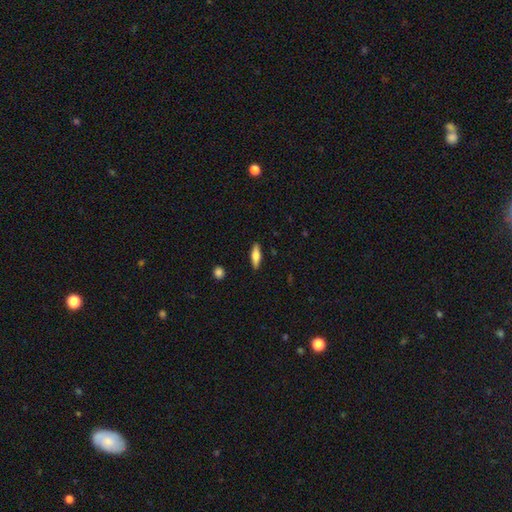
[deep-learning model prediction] The model was most divided on "how rounded": cigar-shaped: 53%, in between: 44%, round: 3%. More confident: merging — none (89%); smooth or featured — smooth (59%).